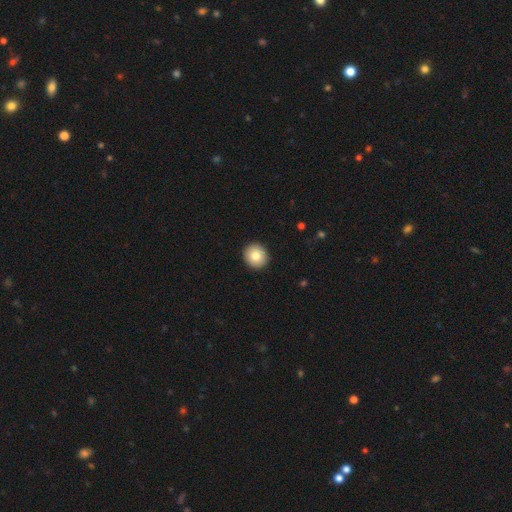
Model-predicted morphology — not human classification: Q: Smooth or featured?
A: smooth (81%); runner-up: featured or disk (11%)
Q: How rounded?
A: round (91%); runner-up: in between (8%)
Q: Merging?
A: none (93%); runner-up: minor disturbance (5%)